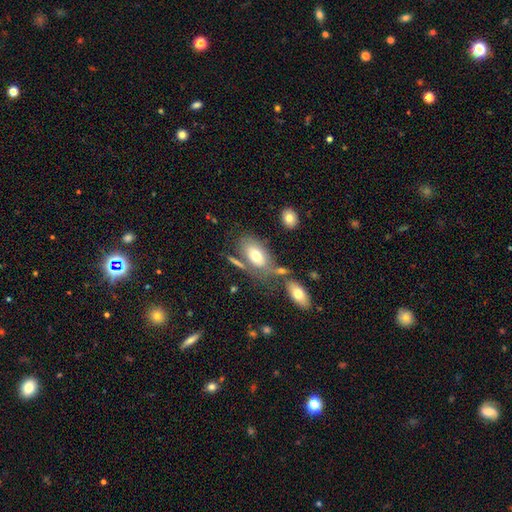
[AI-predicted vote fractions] Overall: smooth (67%). How rounded: in between (89%). Merging: none (53%; merger 19%).